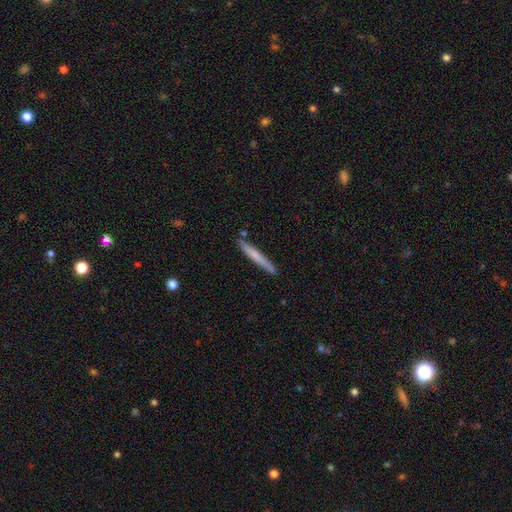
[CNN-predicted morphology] A smooth galaxy with no disk features (63%) that is cigar-shaped (96%).

Vote fractions:
- Smooth or featured? smooth: 63% / featured or disk: 31% / star or artifact: 6%
- How rounded? cigar-shaped: 96% / in between: 3% / round: 1%
- Merging? none: 85% / minor disturbance: 10% / merger: 3% / major disturbance: 2%